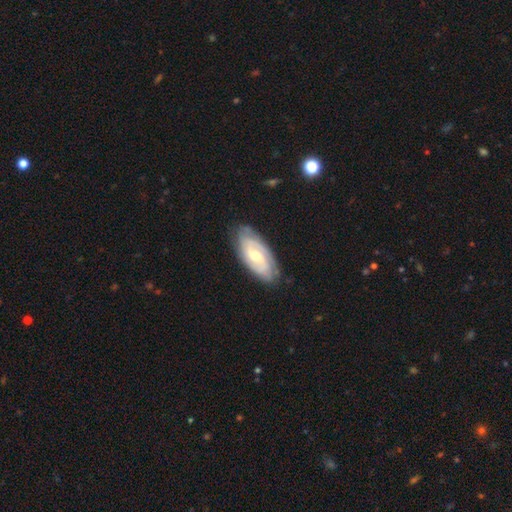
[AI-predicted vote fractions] Smooth or featured? featured or disk (77%)
Edge-on disk? no (93%)
Bar? weak (48%)
Spiral arms? yes (92%)
Spiral winding? tight (53%)
Spiral arm count? 2 (59%)
Bulge size? moderate (62%)
Merging? none (80%)